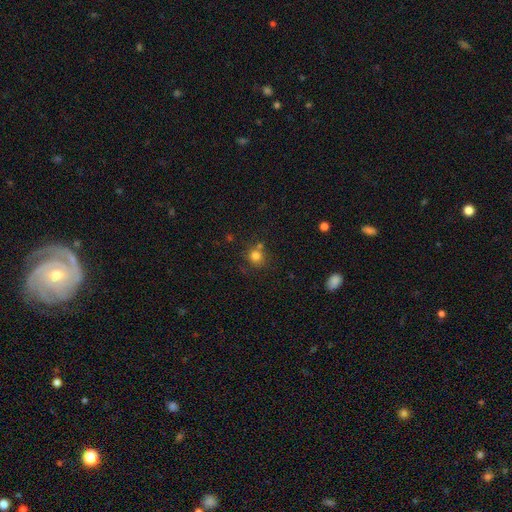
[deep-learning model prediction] Morphology: type=smooth (79%); roundness=round (88%); merging=none (66%).